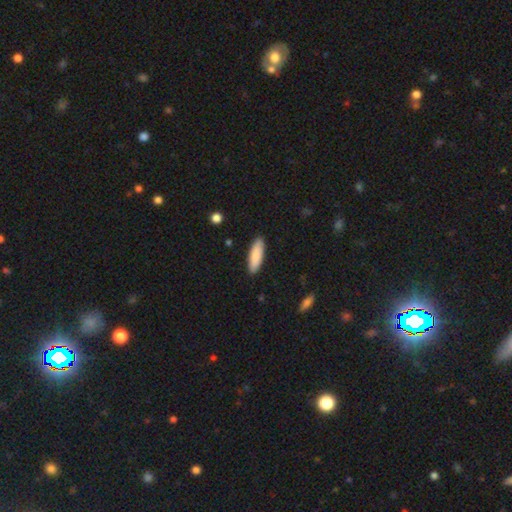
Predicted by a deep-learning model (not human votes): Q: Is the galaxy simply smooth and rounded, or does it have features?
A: smooth — 87%.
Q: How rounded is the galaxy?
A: in between — 52%.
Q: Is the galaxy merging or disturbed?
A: none — 90%.